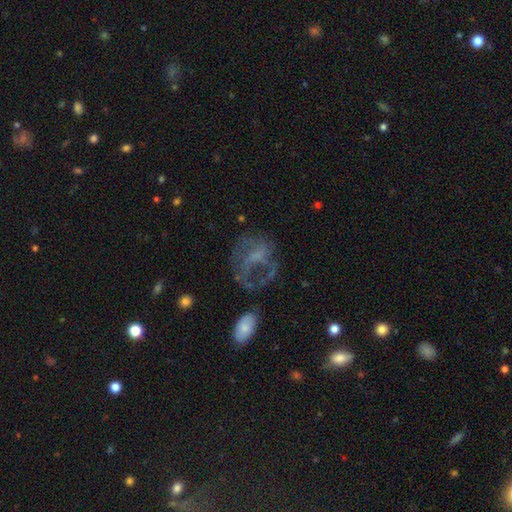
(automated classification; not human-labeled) A featured or disk galaxy (54%) with no bar (65%), no spiral arms (62%) and no central bulge (56%).

Vote fractions:
- Smooth or featured? featured or disk: 54% / smooth: 30% / star or artifact: 16%
- Edge-on disk? no: 97% / yes: 3%
- Bar? no: 65% / weak: 26% / strong: 9%
- Spiral arms? no: 62% / yes: 38%
- Bulge size? none: 56% / small: 24% / moderate: 15% / large: 3% / dominant: 1%
- Merging? major disturbance: 40% / none: 39% / minor disturbance: 17% / merger: 4%